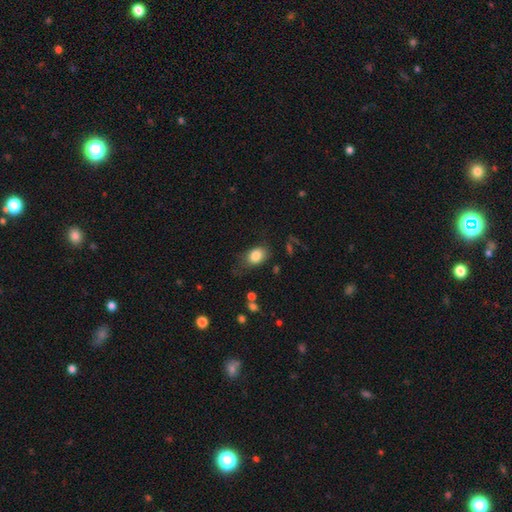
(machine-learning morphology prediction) type=smooth (83%); roundness=in between (73%); merging=none (62%).